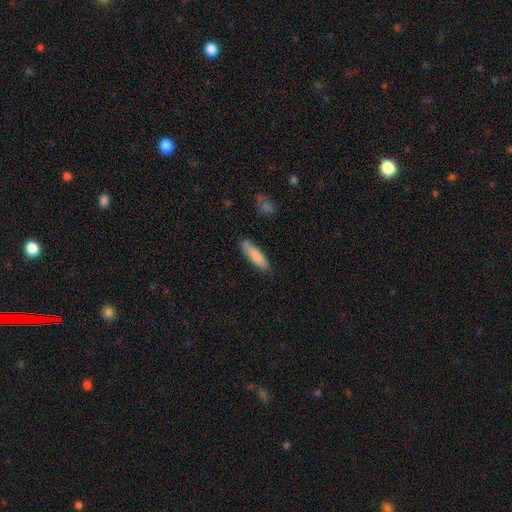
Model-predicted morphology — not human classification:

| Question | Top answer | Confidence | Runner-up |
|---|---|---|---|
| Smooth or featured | smooth | 83% | featured or disk (11%) |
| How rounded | cigar-shaped | 60% | in between (38%) |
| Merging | none | 77% | minor disturbance (17%) |